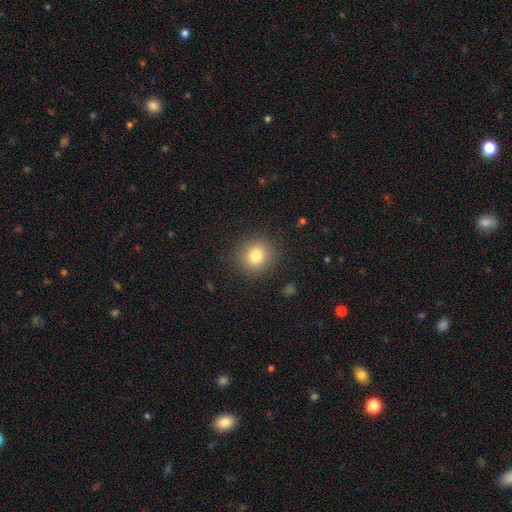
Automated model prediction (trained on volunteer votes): smooth-or-featured: smooth: 81% | star or artifact: 11% | featured or disk: 8%
  how-rounded: round: 84% | in between: 15% | cigar-shaped: 1%
  merging: none: 88% | minor disturbance: 7% | major disturbance: 3% | merger: 1%